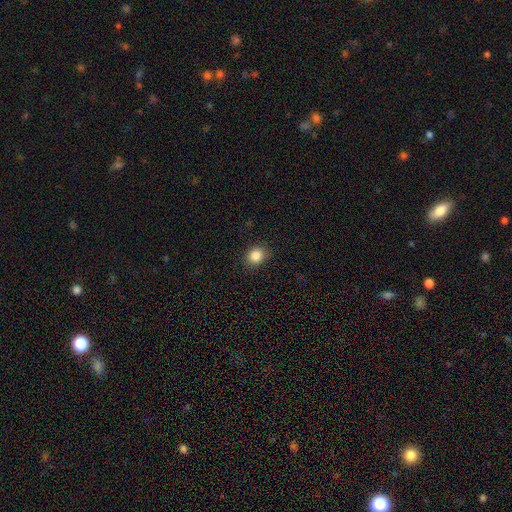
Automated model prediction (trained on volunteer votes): A smooth galaxy with no disk features (86%) that is round (65%). Merging: none (87%).